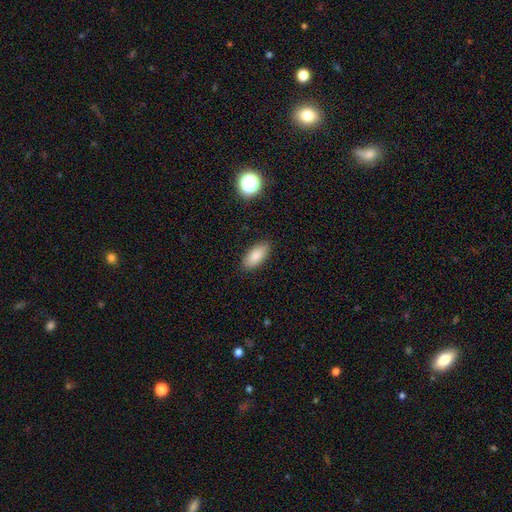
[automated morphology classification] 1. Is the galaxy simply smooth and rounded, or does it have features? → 84% smooth, 8% star or artifact, 8% featured or disk.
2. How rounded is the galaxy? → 87% in between, 11% cigar-shaped, 3% round.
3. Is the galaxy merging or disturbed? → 87% none, 10% minor disturbance, 2% major disturbance, 1% merger.